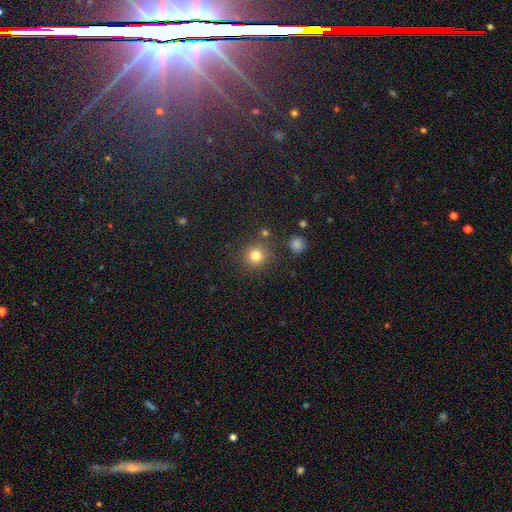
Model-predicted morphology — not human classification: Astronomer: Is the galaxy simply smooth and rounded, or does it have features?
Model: smooth — 80%.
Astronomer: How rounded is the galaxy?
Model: round — 92%.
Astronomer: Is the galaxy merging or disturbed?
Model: none — 84%.